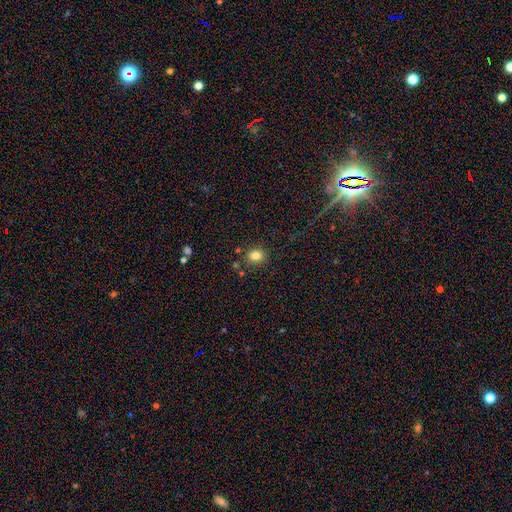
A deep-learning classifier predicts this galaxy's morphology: Smooth or featured? Predicted: smooth (p=0.81). How rounded? Predicted: round (p=0.62). Merging? Predicted: none (p=0.82).